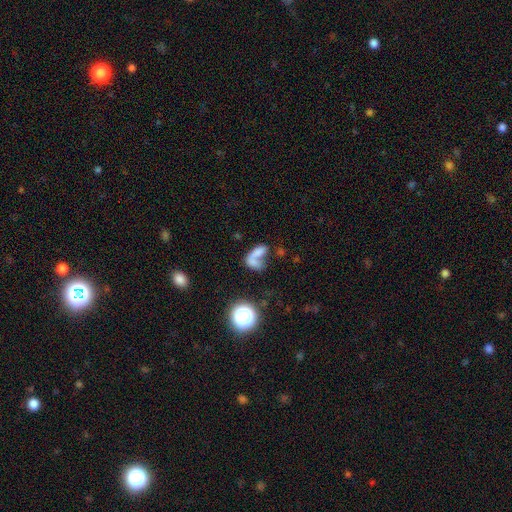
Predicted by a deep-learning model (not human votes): A smooth galaxy with no disk features (58%) that is in between round and cigar-shaped (75%).

Vote fractions:
- Smooth or featured? smooth: 58% / featured or disk: 27% / star or artifact: 16%
- How rounded? in between: 75% / round: 17% / cigar-shaped: 8%
- Merging? merger: 40% / none: 26% / major disturbance: 23% / minor disturbance: 12%